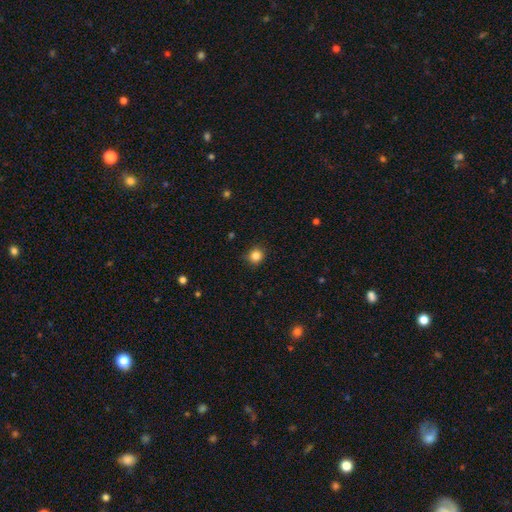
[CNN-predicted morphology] smooth 83%, star or artifact 12%, featured or disk 4%. Down the decision tree: how rounded — round (90%); merging — none (85%).